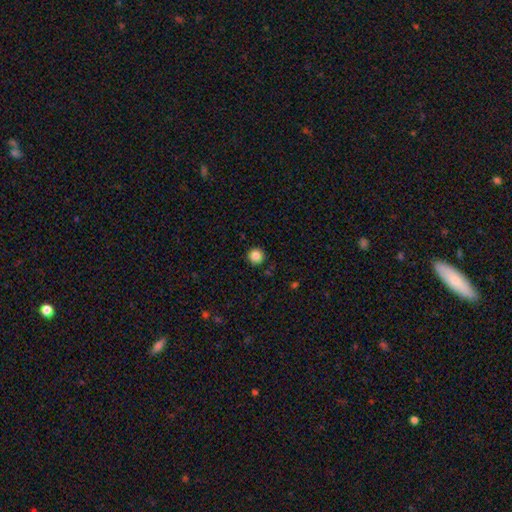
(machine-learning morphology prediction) This is clearly a smooth galaxy (85%). How rounded: clearly round (95%). Merging: clearly none (91%).